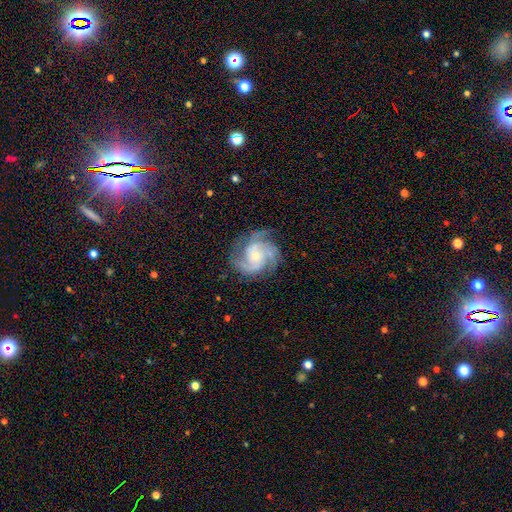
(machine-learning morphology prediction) Smooth or featured? Predicted: featured or disk (p=0.90). Edge-on disk? Predicted: no (p=0.98). Bar? Predicted: no (p=0.69). Spiral arms? Predicted: yes (p=0.98). Spiral winding? Predicted: medium (p=0.47). Spiral arm count? Predicted: 3 (p=0.53). Bulge size? Predicted: small (p=0.60). Merging? Predicted: none (p=0.76).